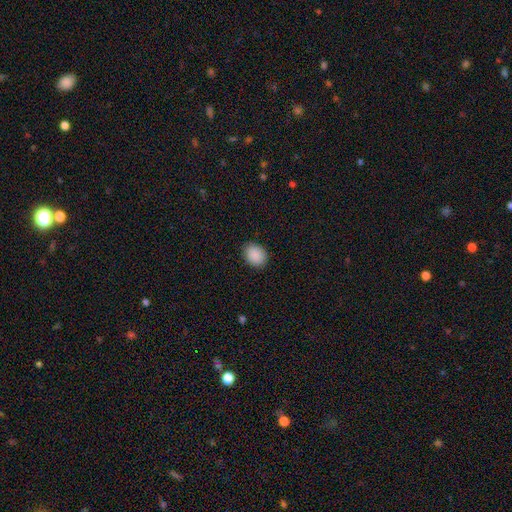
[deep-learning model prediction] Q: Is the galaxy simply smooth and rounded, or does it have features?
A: smooth — 90%.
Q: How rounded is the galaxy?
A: in between — 56%.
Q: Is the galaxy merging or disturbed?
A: none — 89%.